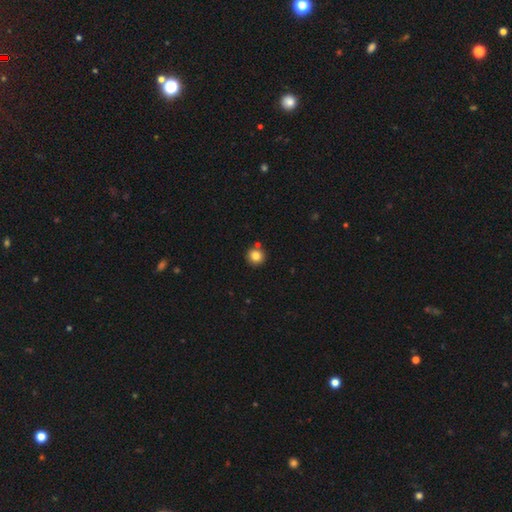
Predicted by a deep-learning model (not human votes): Q: Smooth or featured?
A: smooth (83%); runner-up: star or artifact (11%)
Q: How rounded?
A: round (93%); runner-up: in between (6%)
Q: Merging?
A: none (81%); runner-up: merger (9%)